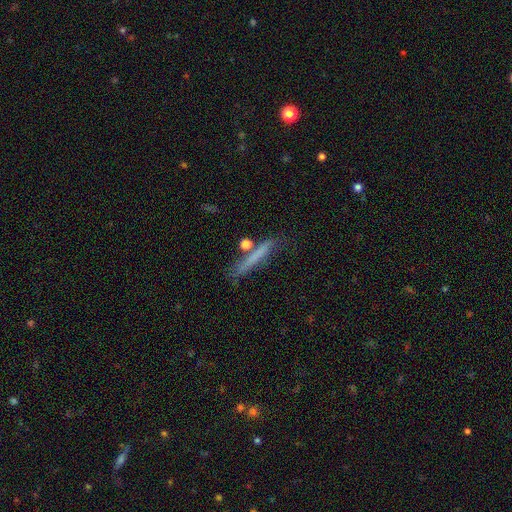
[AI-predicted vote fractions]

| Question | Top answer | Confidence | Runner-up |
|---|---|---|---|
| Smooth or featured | smooth | 60% | featured or disk (32%) |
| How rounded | cigar-shaped | 93% | in between (4%) |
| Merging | none | 69% | minor disturbance (17%) |